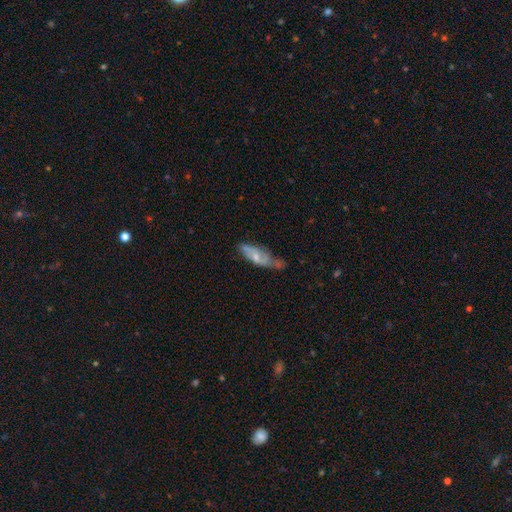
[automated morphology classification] Q: Smooth or featured?
A: featured or disk (47%); tied with: smooth (47%)
Q: Merging?
A: none (39%); runner-up: minor disturbance (35%)